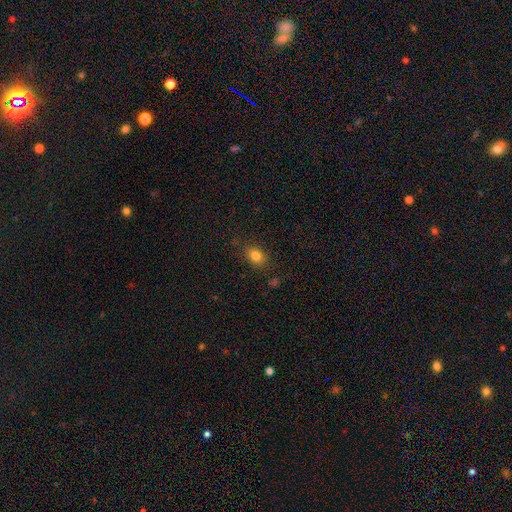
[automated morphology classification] Smooth or featured: smooth — 82% (star or artifact — 11%)
How rounded: in between — 64% (round — 35%)
Merging: none — 82% (minor disturbance — 12%)